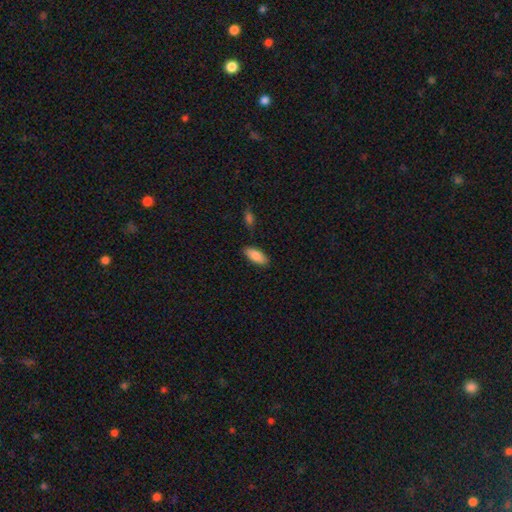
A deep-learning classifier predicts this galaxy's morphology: Smooth or featured?
  - smooth: 86% *
  - featured or disk: 7%
  - star or artifact: 6%
How rounded?
  - in between: 85% *
  - cigar-shaped: 13%
  - round: 2%
Merging?
  - none: 85% *
  - minor disturbance: 10%
  - merger: 3%
  - major disturbance: 2%